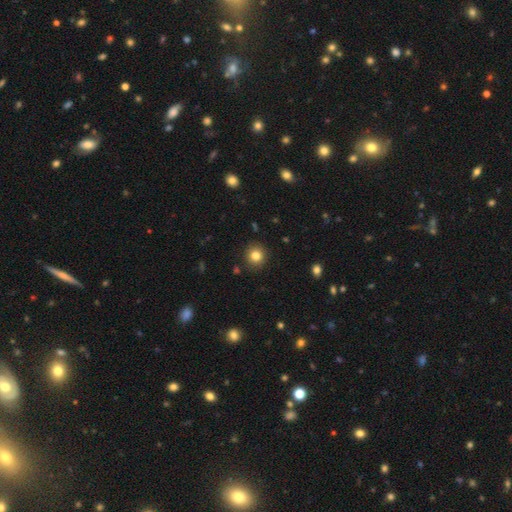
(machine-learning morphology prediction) smooth-or-featured: smooth: 82% | star or artifact: 11% | featured or disk: 7%
  how-rounded: round: 90% | in between: 9% | cigar-shaped: 1%
  merging: none: 90% | minor disturbance: 7% | major disturbance: 2% | merger: 1%